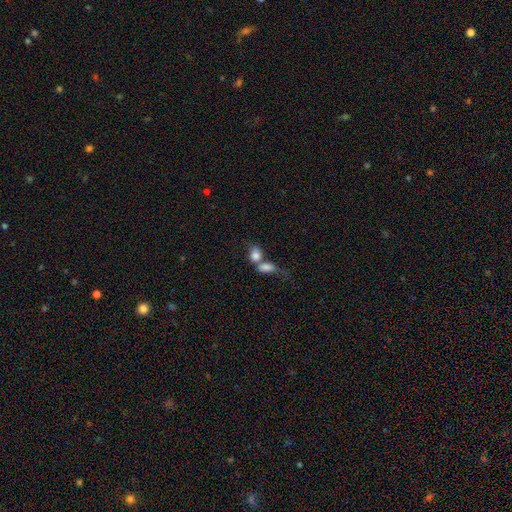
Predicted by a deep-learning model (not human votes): Morphology: type=smooth (79%); roundness=in between (72%); merging=merger (71%).